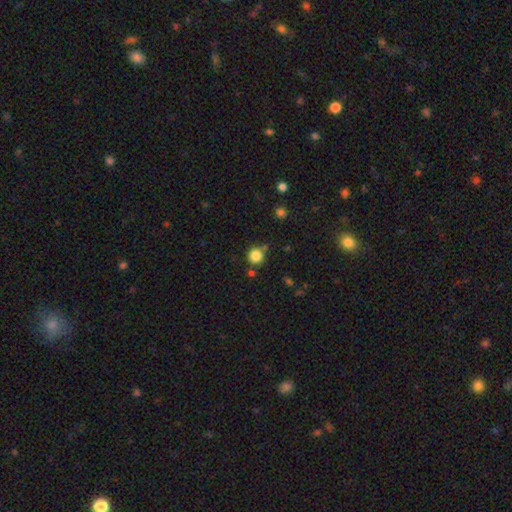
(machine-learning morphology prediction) smooth 84%, star or artifact 12%, featured or disk 4%. Down the decision tree: how rounded — round (93%); merging — none (80%).